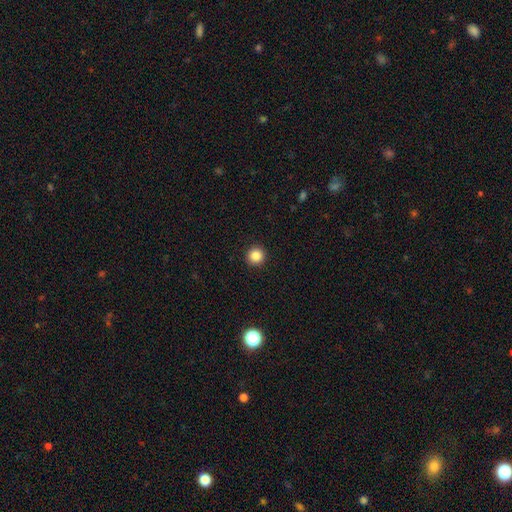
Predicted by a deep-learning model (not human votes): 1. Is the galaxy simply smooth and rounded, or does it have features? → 85% smooth, 11% star or artifact, 4% featured or disk.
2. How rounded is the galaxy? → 95% round, 4% in between, 1% cigar-shaped.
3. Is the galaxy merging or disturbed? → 93% none, 4% minor disturbance, 2% major disturbance, 1% merger.